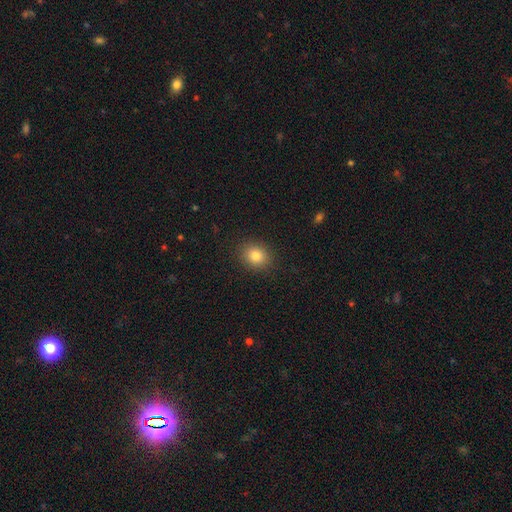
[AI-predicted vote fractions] smooth-or-featured: smooth: 83% | star or artifact: 11% | featured or disk: 6%
  how-rounded: round: 67% | in between: 32% | cigar-shaped: 1%
  merging: none: 90% | minor disturbance: 7% | major disturbance: 2% | merger: 1%